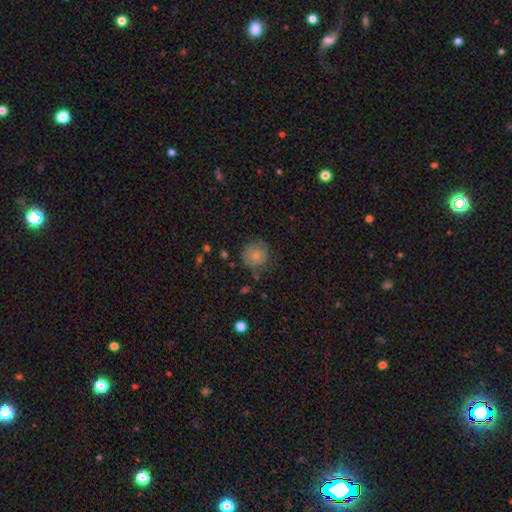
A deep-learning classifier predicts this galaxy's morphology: A smooth galaxy with no disk features (76%) that is round (89%).

Vote fractions:
- Smooth or featured? smooth: 76% / featured or disk: 16% / star or artifact: 8%
- How rounded? round: 89% / in between: 10% / cigar-shaped: 1%
- Merging? none: 69% / minor disturbance: 22% / major disturbance: 7% / merger: 2%